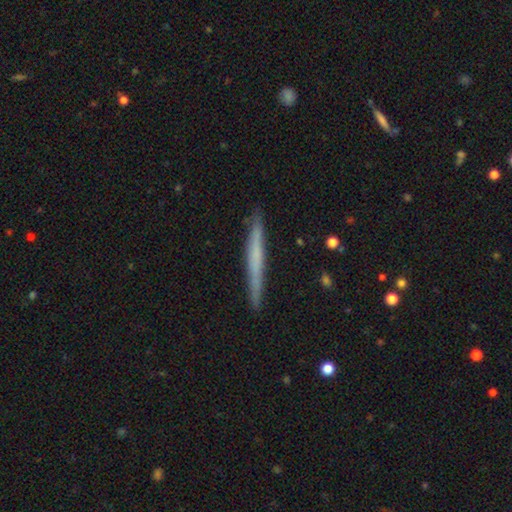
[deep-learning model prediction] smooth_or_featured: smooth (p=0.48) [alt: featured or disk p=0.46]
merging: none (p=0.90) [alt: minor disturbance p=0.08]